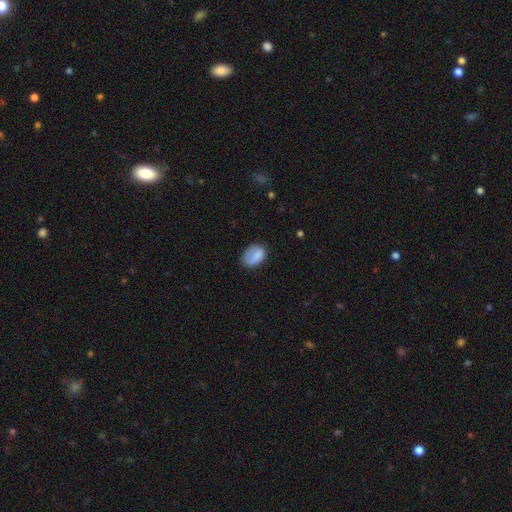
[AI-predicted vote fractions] Morphology: type=smooth (80%); roundness=in between (84%); merging=none (65%).